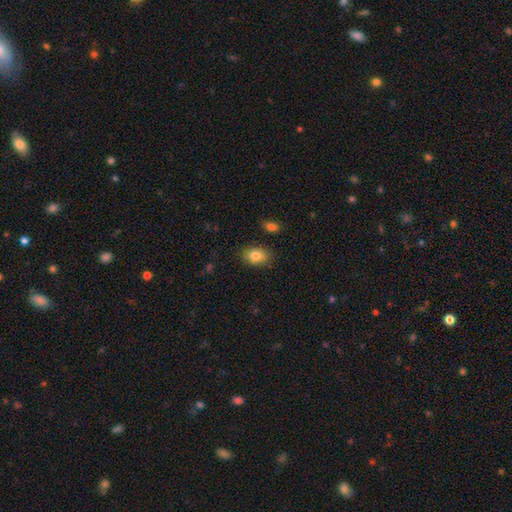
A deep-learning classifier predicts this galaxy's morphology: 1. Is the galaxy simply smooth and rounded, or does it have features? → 83% smooth, 9% featured or disk, 8% star or artifact.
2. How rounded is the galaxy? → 77% in between, 22% round, 1% cigar-shaped.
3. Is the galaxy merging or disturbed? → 82% none, 13% minor disturbance, 3% major disturbance, 2% merger.